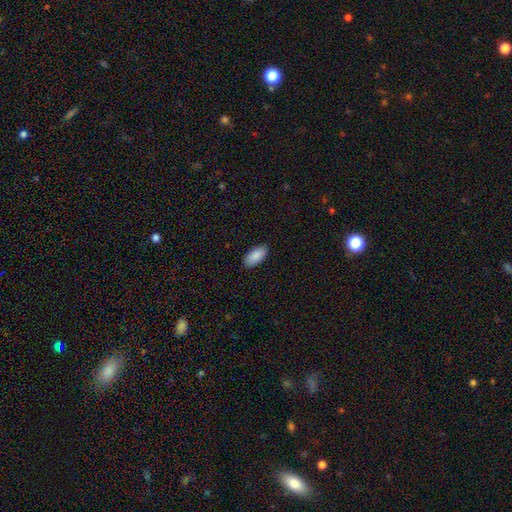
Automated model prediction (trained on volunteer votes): Q: Smooth or featured?
A: smooth (90%); runner-up: star or artifact (6%)
Q: How rounded?
A: in between (91%); runner-up: cigar-shaped (7%)
Q: Merging?
A: none (90%); runner-up: minor disturbance (8%)